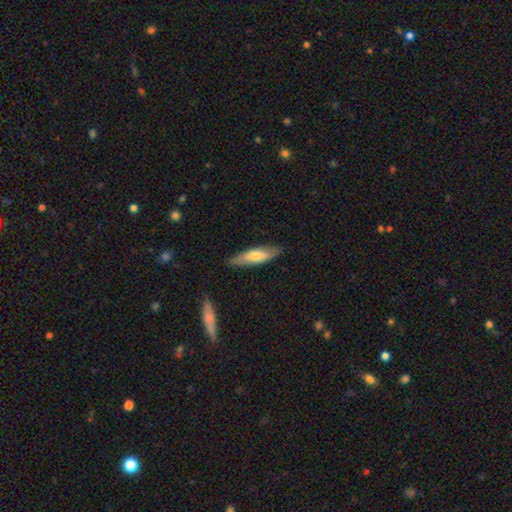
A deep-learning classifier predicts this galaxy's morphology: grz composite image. It shows a smooth galaxy with no disk features (61%) that is cigar-shaped (63%). Merging: none (81%).